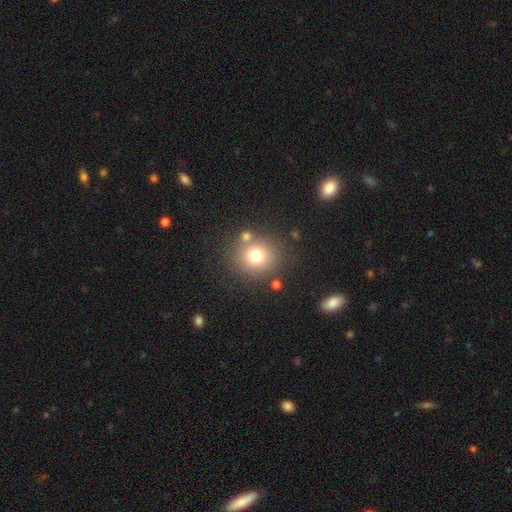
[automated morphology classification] A smooth galaxy with no disk features (74%) that is round (87%). Merging: none (76%).